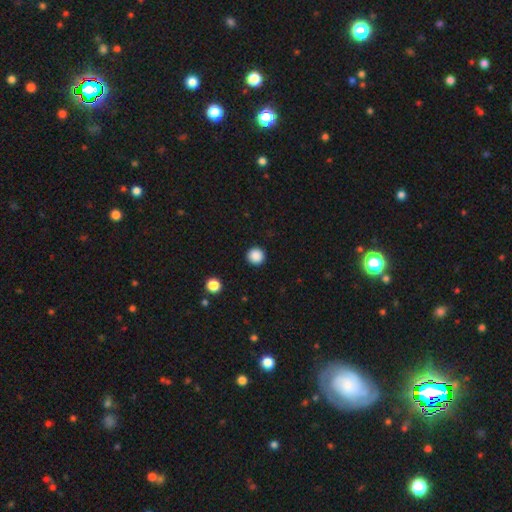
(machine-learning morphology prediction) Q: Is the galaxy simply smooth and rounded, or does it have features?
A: smooth — 88%.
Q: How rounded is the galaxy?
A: round — 95%.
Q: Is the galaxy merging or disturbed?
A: none — 92%.